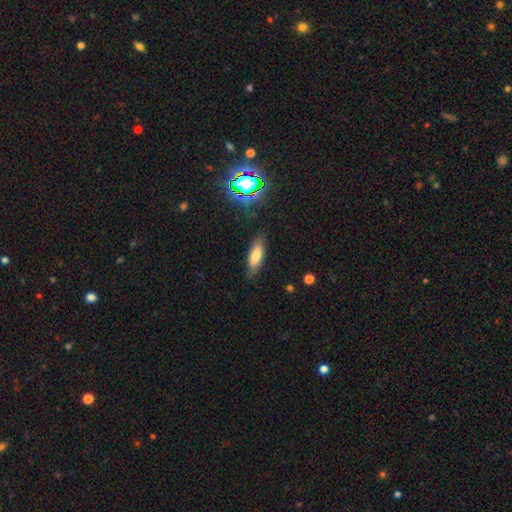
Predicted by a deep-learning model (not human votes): smooth_or_featured: smooth (p=0.74) [alt: featured or disk p=0.16]
how_rounded: in between (p=0.62) [alt: cigar-shaped p=0.36]
merging: none (p=0.78) [alt: minor disturbance p=0.16]